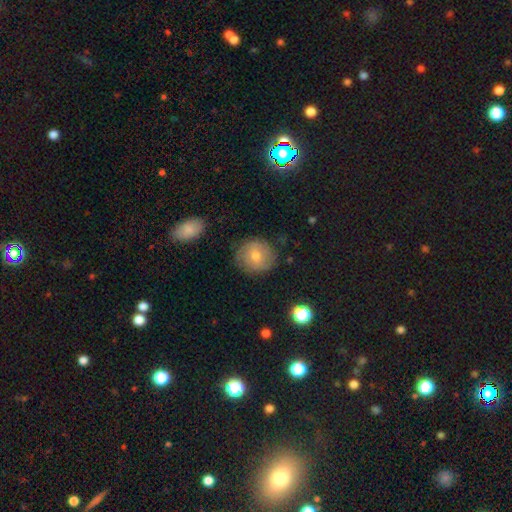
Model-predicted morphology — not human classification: This is possibly a smooth galaxy (53%). How rounded: clearly round (87%). Merging: clearly none (81%).